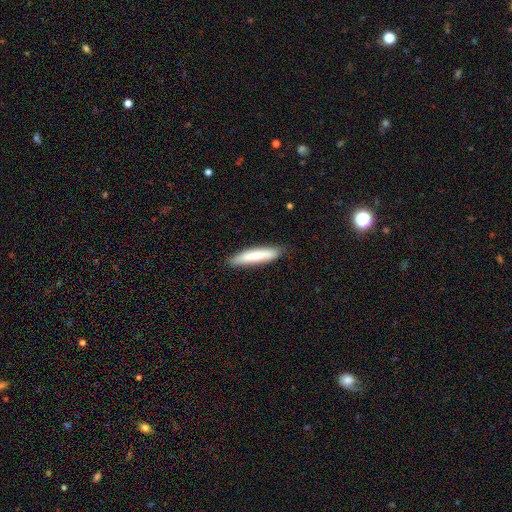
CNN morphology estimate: Overall: smooth (73%). How rounded: cigar-shaped (85%). Merging: none (87%).